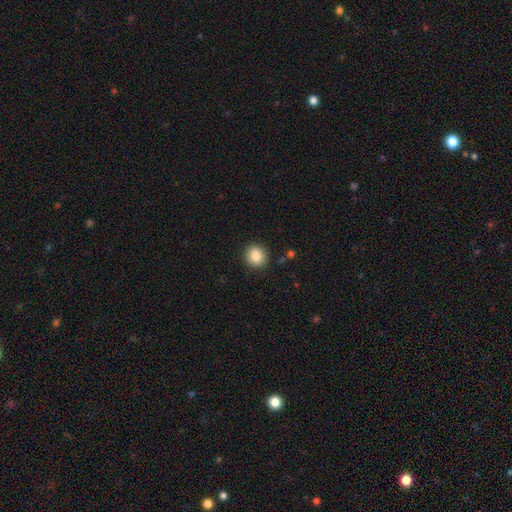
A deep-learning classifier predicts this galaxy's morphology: type=smooth (86%); roundness=round (88%); merging=none (90%).